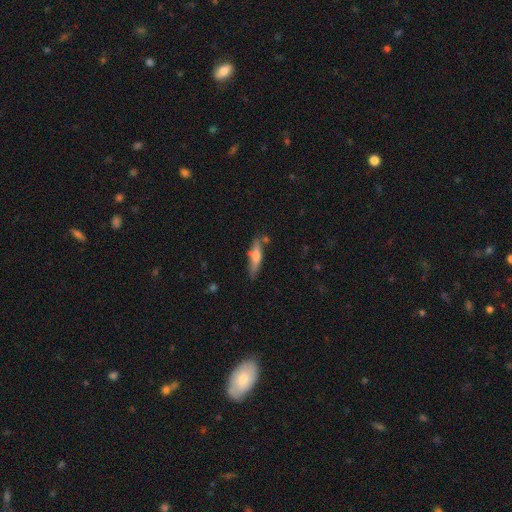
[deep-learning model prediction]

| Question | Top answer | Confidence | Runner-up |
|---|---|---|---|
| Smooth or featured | smooth | 56% | featured or disk (38%) |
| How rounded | cigar-shaped | 75% | in between (23%) |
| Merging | none | 72% | minor disturbance (18%) |